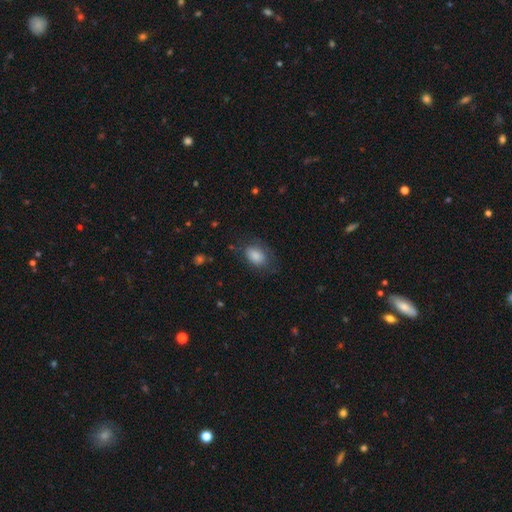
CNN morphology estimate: A smooth galaxy with no disk features (82%) that is in between round and cigar-shaped (82%). Merging: none (66%).